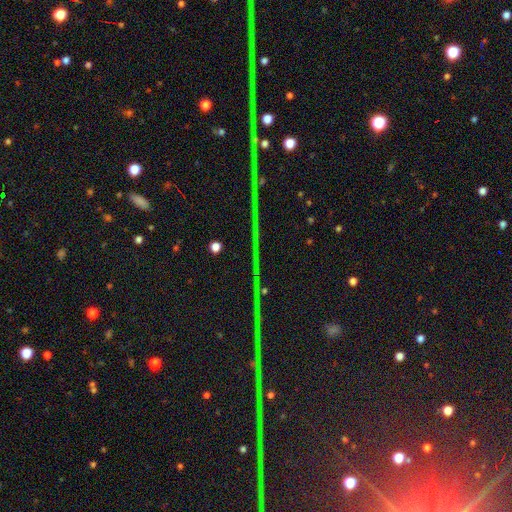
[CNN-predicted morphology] The model was most divided on "smooth or featured": star or artifact: 87%, featured or disk: 7%, smooth: 6%.